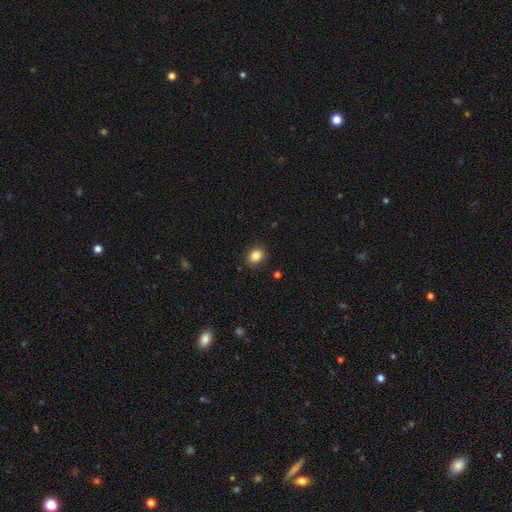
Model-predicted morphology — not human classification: A smooth galaxy with no disk features (85%) that is in between round and cigar-shaped (56%). Merging: none (89%).